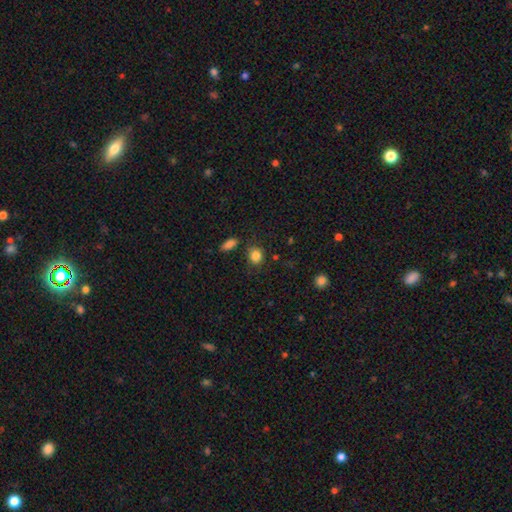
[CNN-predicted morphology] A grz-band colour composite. It shows a smooth galaxy with no disk features (84%) that is round (67%). Merging: none (78%).